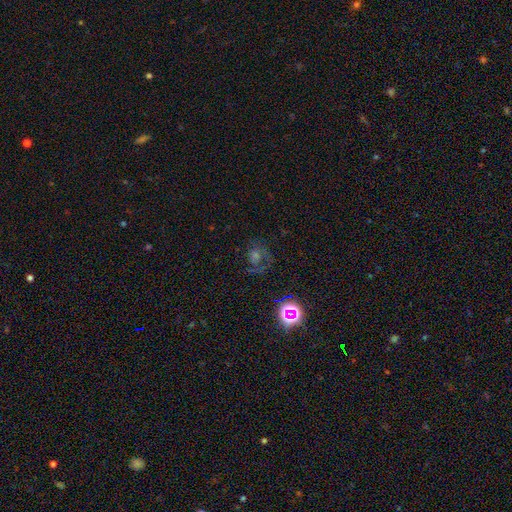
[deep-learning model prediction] A featured or disk galaxy (44%). Merging: none (61%).